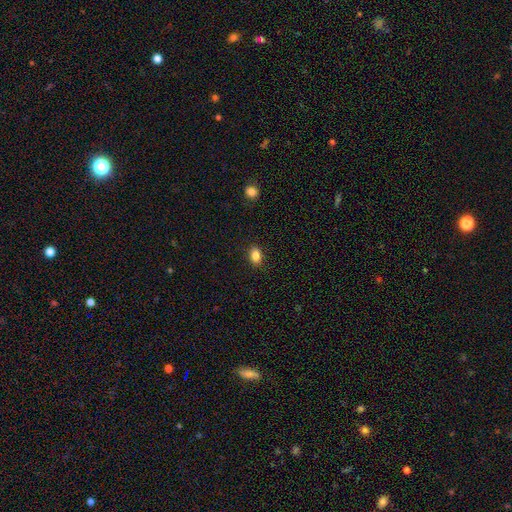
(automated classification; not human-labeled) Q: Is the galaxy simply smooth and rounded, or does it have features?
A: smooth — 85%.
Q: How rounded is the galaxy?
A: in between — 81%.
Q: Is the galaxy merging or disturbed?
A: none — 89%.